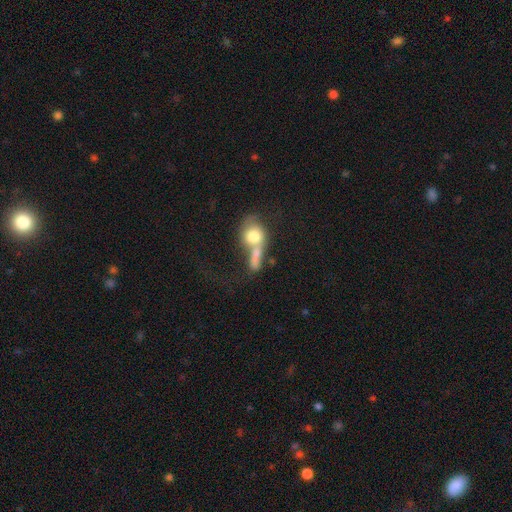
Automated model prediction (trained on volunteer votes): Smooth or featured?
  - smooth: 71% *
  - featured or disk: 20%
  - star or artifact: 8%
How rounded?
  - round: 49% *
  - in between: 44%
  - cigar-shaped: 7%
Merging?
  - merger: 67% *
  - none: 17%
  - major disturbance: 9%
  - minor disturbance: 8%